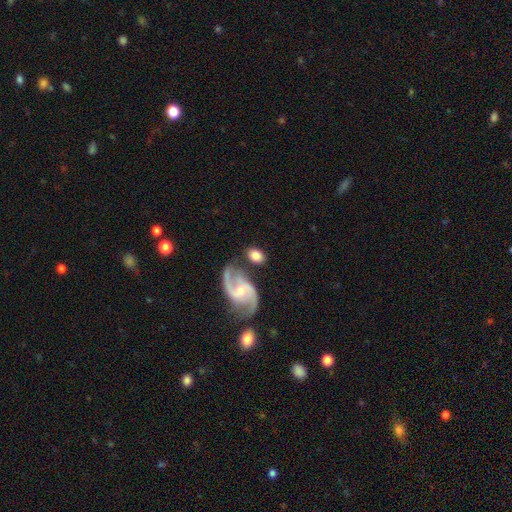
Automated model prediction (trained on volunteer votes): Q: Smooth or featured?
A: smooth (56%); runner-up: featured or disk (38%)
Q: How rounded?
A: in between (78%); runner-up: round (20%)
Q: Merging?
A: none (64%); runner-up: minor disturbance (16%)